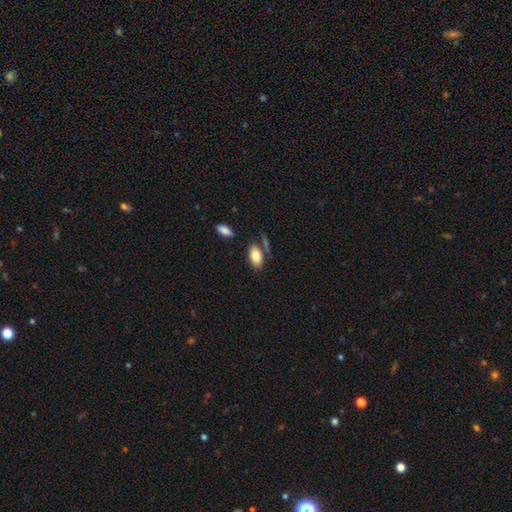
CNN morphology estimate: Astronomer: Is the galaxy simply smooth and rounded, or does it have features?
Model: smooth — 81%.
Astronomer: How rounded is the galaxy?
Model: in between — 92%.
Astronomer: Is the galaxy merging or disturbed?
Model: none — 72%.